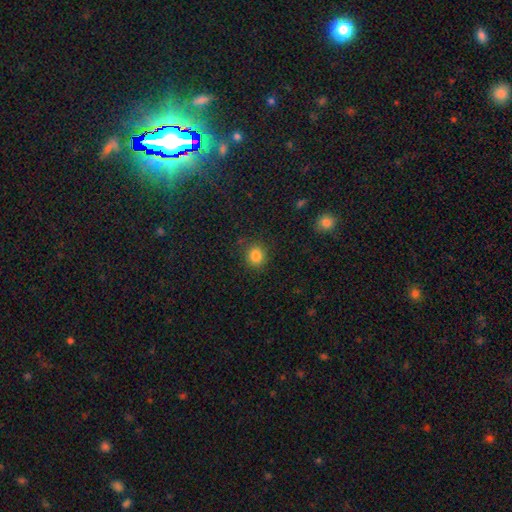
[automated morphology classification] smooth-or-featured: smooth: 84% | star or artifact: 12% | featured or disk: 5%
  how-rounded: round: 87% | in between: 12% | cigar-shaped: 1%
  merging: none: 87% | minor disturbance: 8% | major disturbance: 3% | merger: 2%